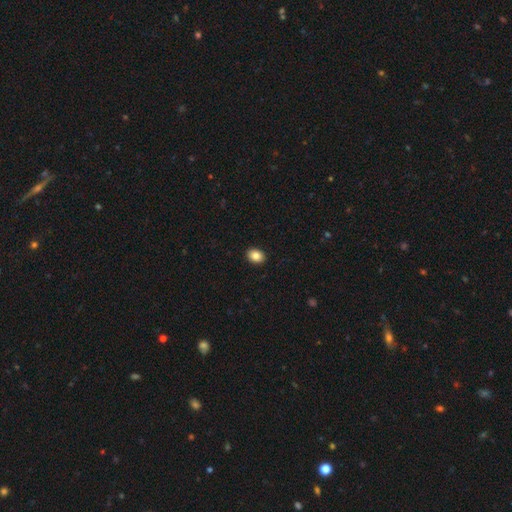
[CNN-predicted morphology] smooth-or-featured: smooth: 86% | star or artifact: 9% | featured or disk: 5%
  how-rounded: in between: 66% | round: 33% | cigar-shaped: 1%
  merging: none: 92% | minor disturbance: 6% | major disturbance: 2% | merger: 1%